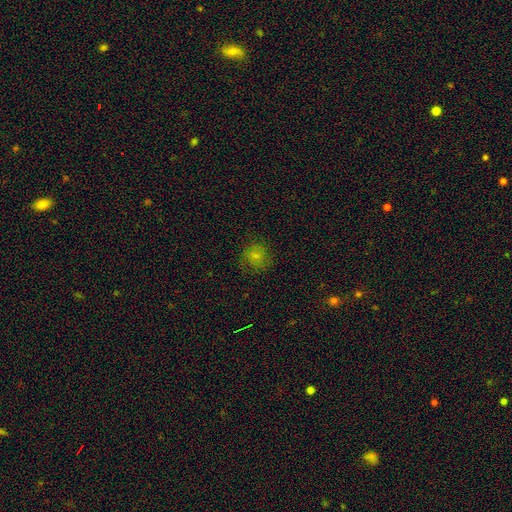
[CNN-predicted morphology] Q: Smooth or featured?
A: smooth (72%); runner-up: featured or disk (15%)
Q: How rounded?
A: round (84%); runner-up: in between (15%)
Q: Merging?
A: none (75%); runner-up: minor disturbance (17%)